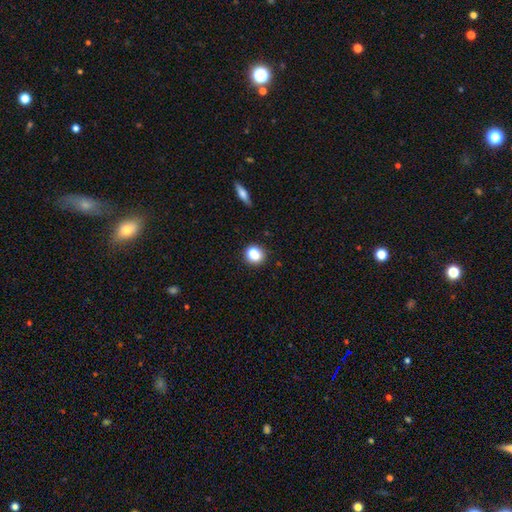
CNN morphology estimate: Overall: smooth (81%). How rounded: round (80%). Merging: none (87%).